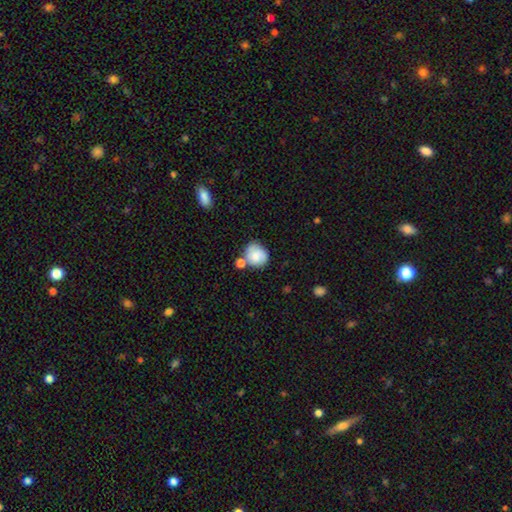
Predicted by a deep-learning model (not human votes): The model was most divided on "merging": none: 51%, merger: 23%, minor disturbance: 20%, major disturbance: 6%. More confident: smooth or featured — smooth (76%); how rounded — round (71%).